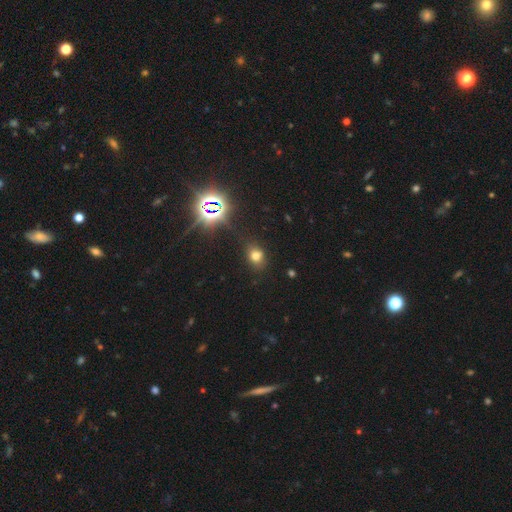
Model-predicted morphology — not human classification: Smooth or featured? Predicted: smooth (p=0.67). How rounded? Predicted: round (p=0.51). Merging? Predicted: none (p=0.78).